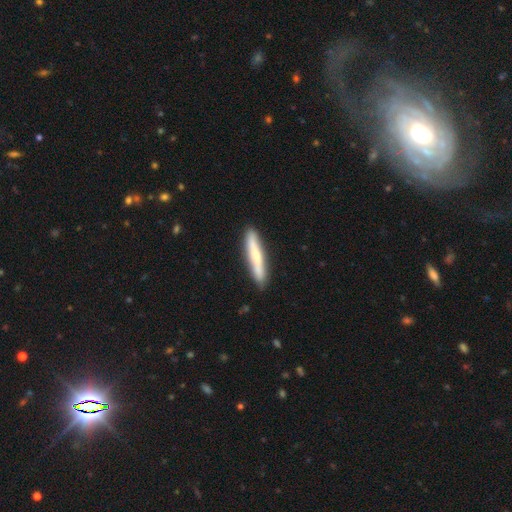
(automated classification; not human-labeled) This appears to be a smooth galaxy with no disk features (54%) that is cigar-shaped (92%). Merging: none (87%).